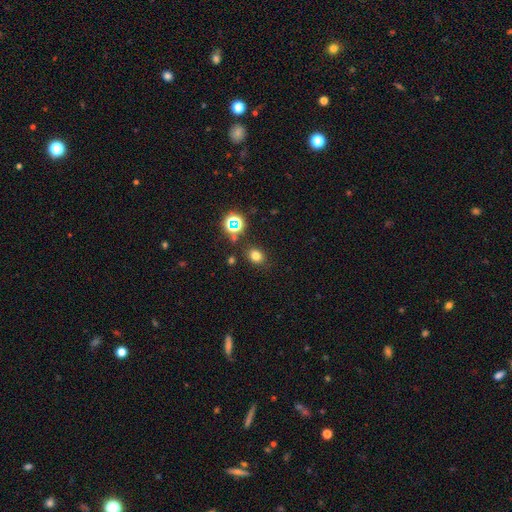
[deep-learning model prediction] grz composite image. It shows a smooth galaxy with no disk features (74%) that is round (54%). Merging: none (82%).